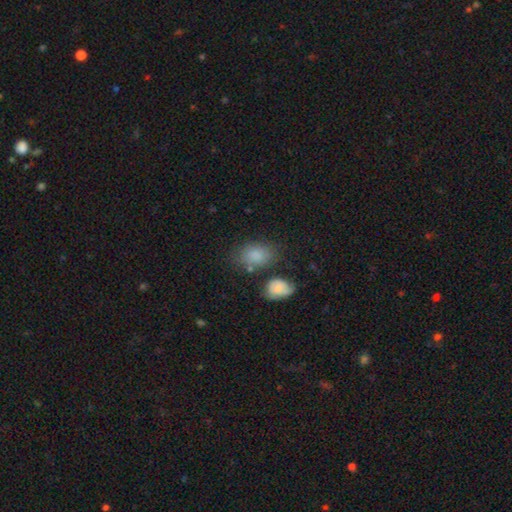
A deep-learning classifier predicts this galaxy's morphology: Overall: smooth (83%). How rounded: in between (75%). Merging: none (61%).